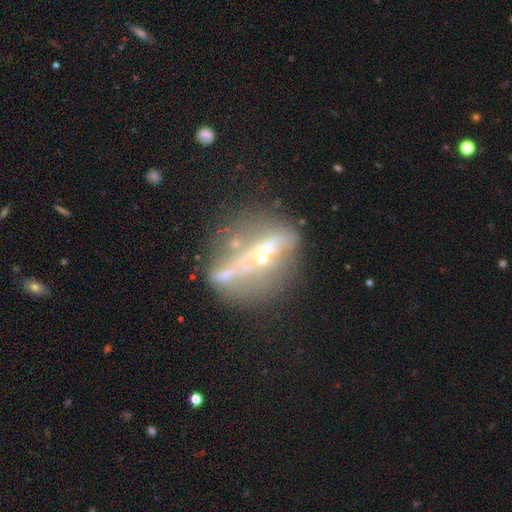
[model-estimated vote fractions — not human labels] Smooth or featured? Predicted: featured or disk (p=0.66). Edge-on disk? Predicted: no (p=0.51). Merging? Predicted: none (p=0.46).